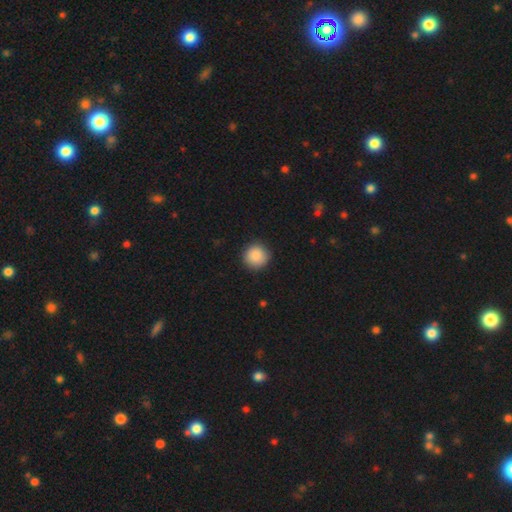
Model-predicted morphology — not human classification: Overall: smooth (88%). How rounded: round (95%). Merging: none (91%).